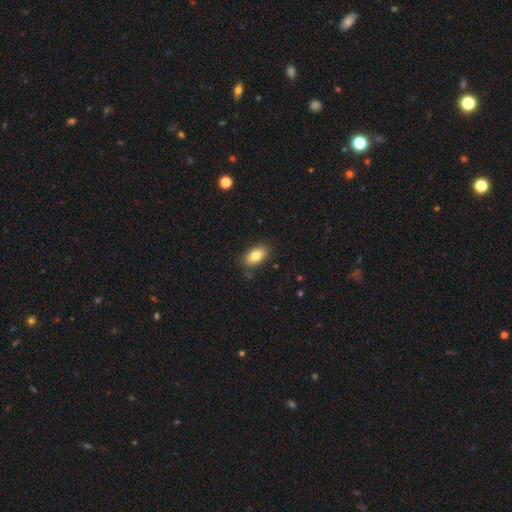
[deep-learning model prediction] The model was most divided on "smooth or featured": smooth: 80%, featured or disk: 12%, star or artifact: 8%. More confident: how rounded — in between (91%); merging — none (83%).